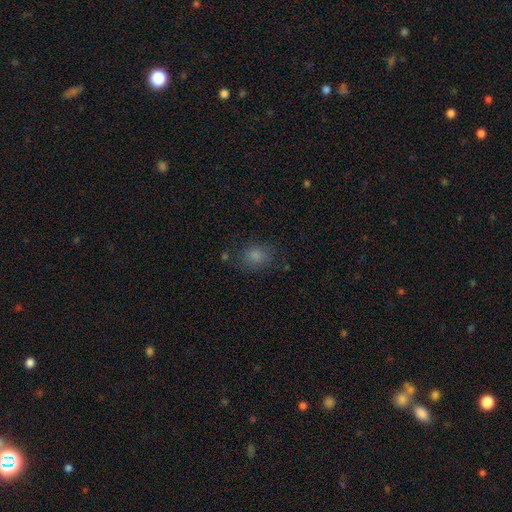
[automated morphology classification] type=smooth (79%); roundness=in between (55%); merging=none (75%).